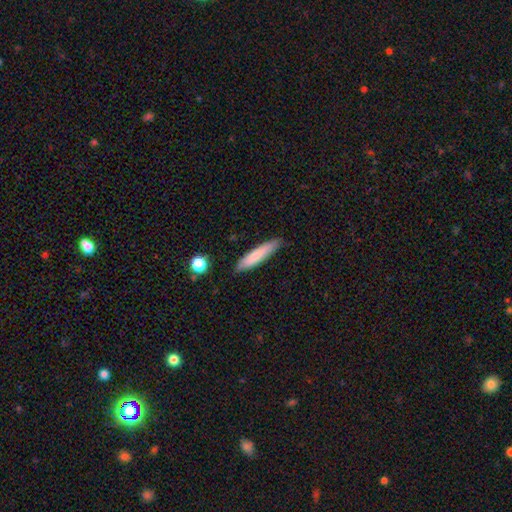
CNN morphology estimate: Smooth or featured? smooth (78%)
How rounded? cigar-shaped (86%)
Merging? none (86%)